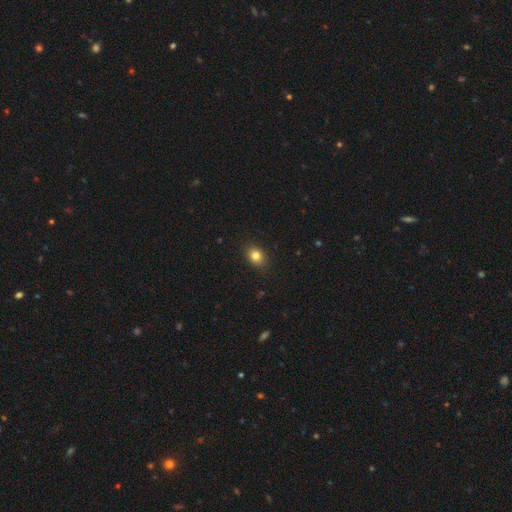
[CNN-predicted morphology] smooth-or-featured: smooth: 83% | star or artifact: 11% | featured or disk: 6%
  how-rounded: in between: 59% | round: 40% | cigar-shaped: 1%
  merging: none: 88% | minor disturbance: 9% | major disturbance: 2% | merger: 1%